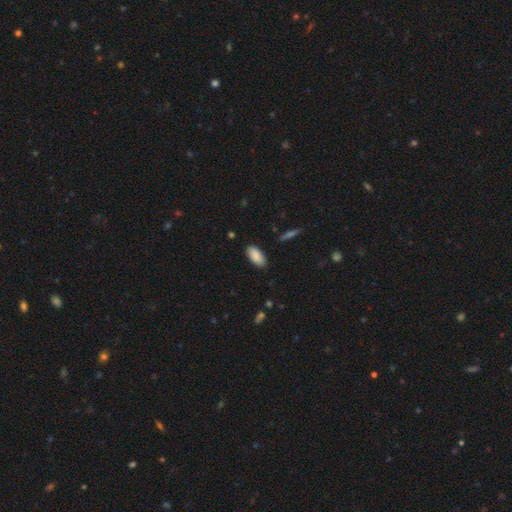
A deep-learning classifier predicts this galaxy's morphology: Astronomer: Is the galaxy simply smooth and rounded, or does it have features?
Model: smooth — 89%.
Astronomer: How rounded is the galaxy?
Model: in between — 92%.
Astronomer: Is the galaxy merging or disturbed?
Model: none — 87%.